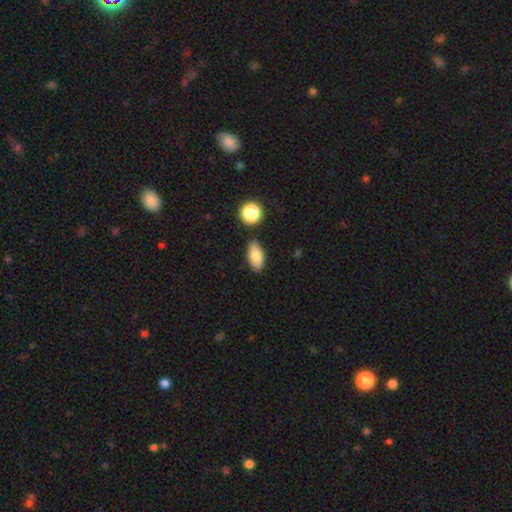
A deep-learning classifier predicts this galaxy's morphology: smooth 83%, featured or disk 9%, star or artifact 8%. Down the decision tree: how rounded — in between (88%); merging — none (81%).